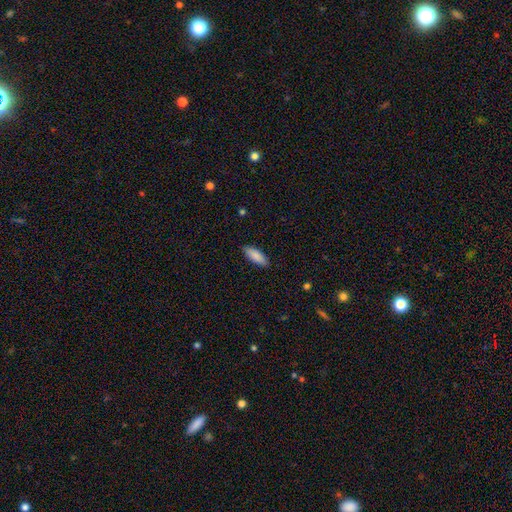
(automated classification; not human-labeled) Smooth or featured? smooth (88%)
How rounded? in between (66%)
Merging? none (89%)